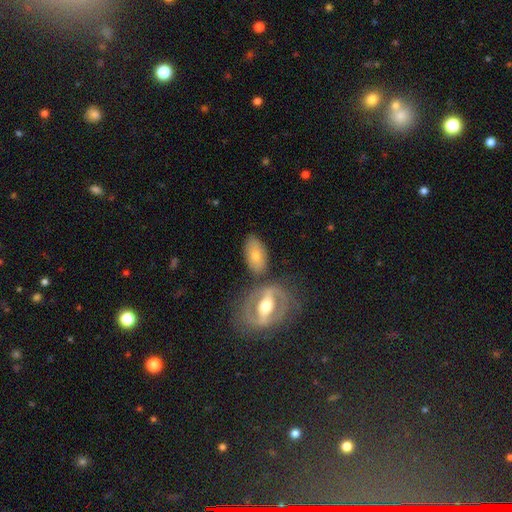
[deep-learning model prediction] Morphology: type=smooth (53%); roundness=in between (89%); merging=none (62%).